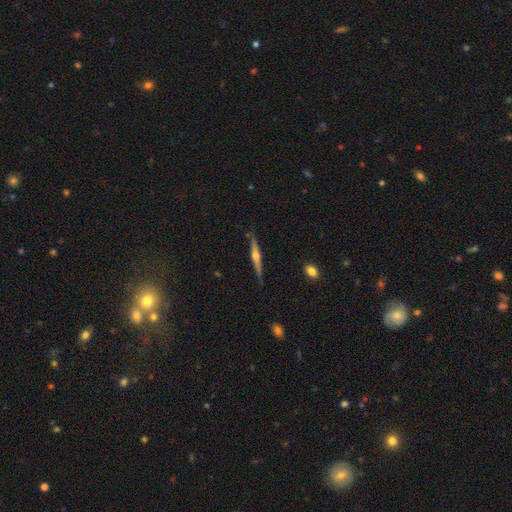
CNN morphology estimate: smooth_or_featured: featured or disk (p=0.73) [alt: smooth p=0.21]
disk_edge_on: yes (p=0.98) [alt: no p=0.02]
edge_on_bulge: rounded (p=0.89) [alt: boxy p=0.06]
merging: none (p=0.85) [alt: minor disturbance p=0.11]